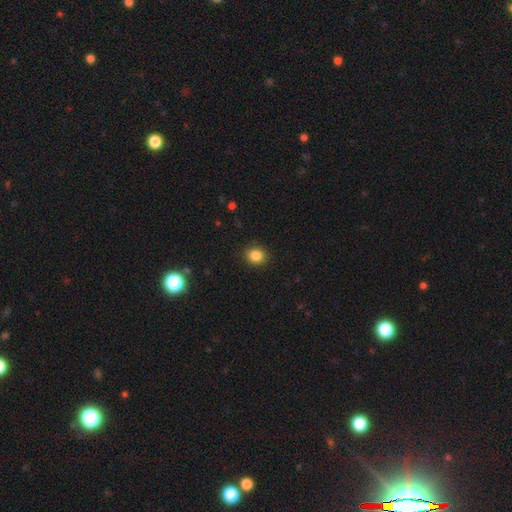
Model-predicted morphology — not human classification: This is clearly a smooth galaxy (84%). How rounded: likely round (76%). Merging: clearly none (90%).